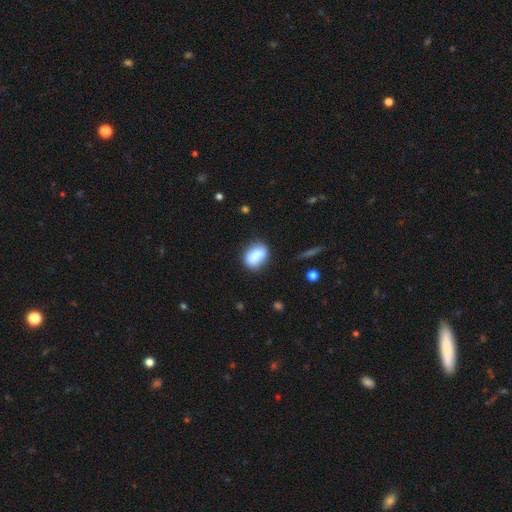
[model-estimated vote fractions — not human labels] Smooth or featured?
  - smooth: 80% *
  - featured or disk: 12%
  - star or artifact: 8%
How rounded?
  - in between: 73% *
  - round: 24%
  - cigar-shaped: 3%
Merging?
  - none: 78% *
  - minor disturbance: 15%
  - major disturbance: 4%
  - merger: 3%